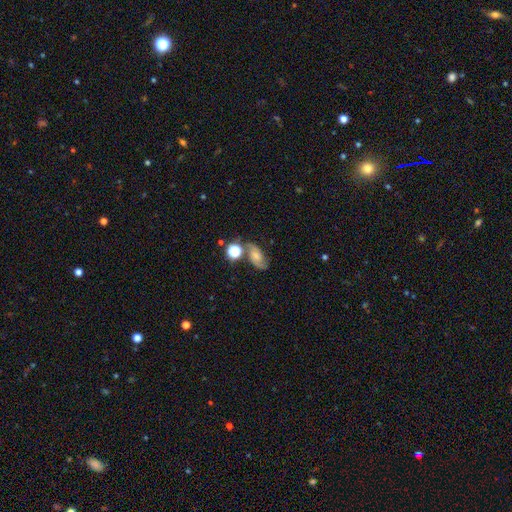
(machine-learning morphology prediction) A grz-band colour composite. It shows a featured or disk galaxy (67%) with no bar (64%), 2 (88%) medium (48%) spiral arms (94%) and a small central bulge (48%). Merging: none (64%).